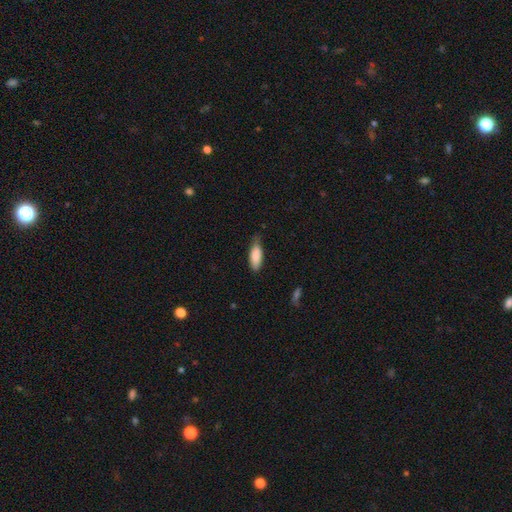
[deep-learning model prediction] This is clearly a smooth galaxy (86%). How rounded: likely in between (70%). Merging: possibly none (60%).